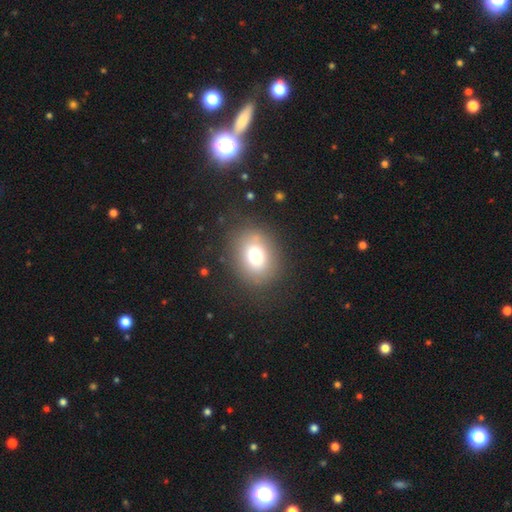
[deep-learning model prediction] This is likely a smooth galaxy (74%). How rounded: possibly round (51%). Merging: clearly none (81%).